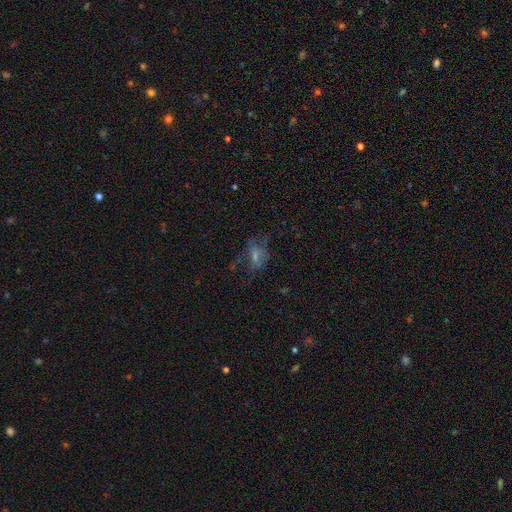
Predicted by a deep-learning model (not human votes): featured or disk 39%, smooth 34%, star or artifact 26%. Down the decision tree: merging — none (52%).